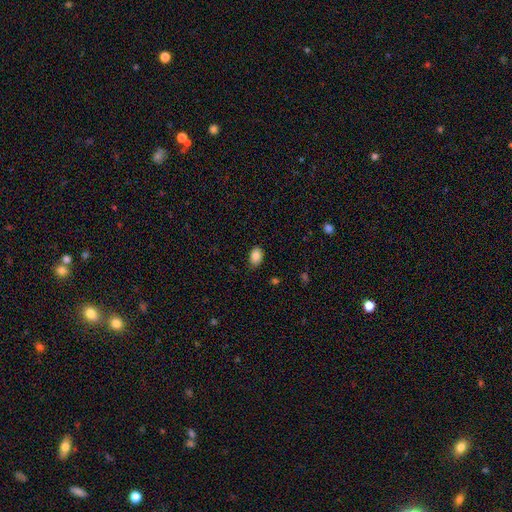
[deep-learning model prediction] Smooth or featured? Predicted: smooth (p=0.84). How rounded? Predicted: in between (p=0.82). Merging? Predicted: none (p=0.84).